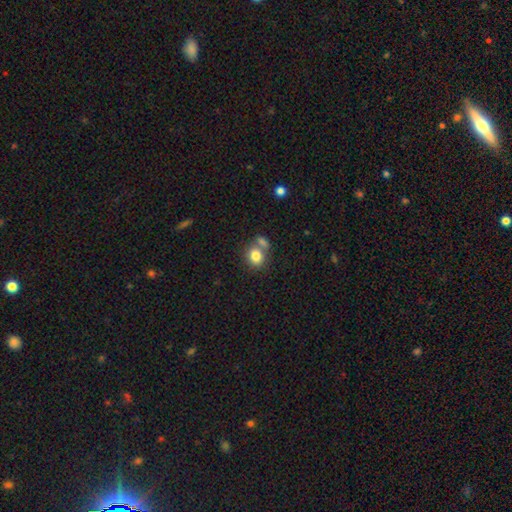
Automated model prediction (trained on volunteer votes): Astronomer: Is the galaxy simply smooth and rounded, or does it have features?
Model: smooth — 82%.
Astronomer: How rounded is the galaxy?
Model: round — 57% (runner-up: in between, 42%).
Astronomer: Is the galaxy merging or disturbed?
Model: none — 51% (runner-up: merger, 33%).